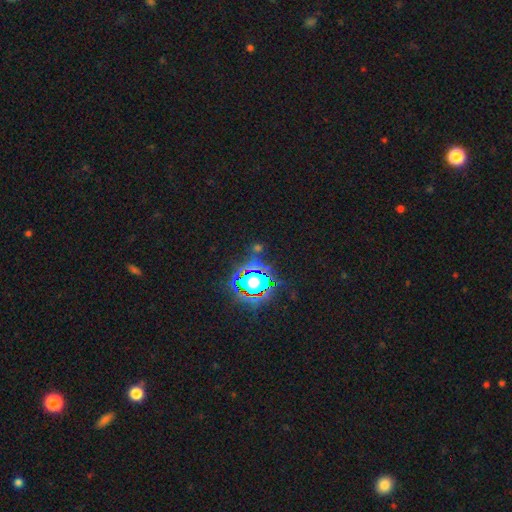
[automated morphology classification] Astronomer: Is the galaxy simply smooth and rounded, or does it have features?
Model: star or artifact — 74%.